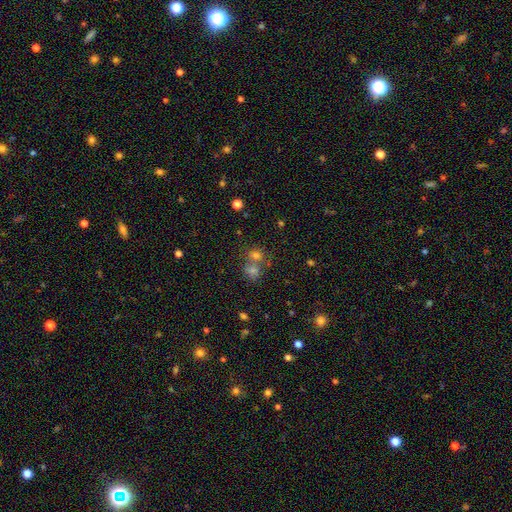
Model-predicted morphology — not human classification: Smooth or featured? Predicted: smooth (p=0.64). How rounded? Predicted: round (p=0.65). Merging? Predicted: merger (p=0.48).